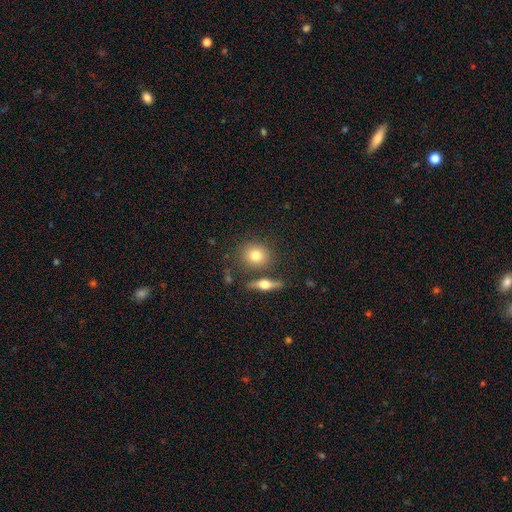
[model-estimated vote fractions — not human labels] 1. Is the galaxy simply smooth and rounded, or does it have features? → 75% smooth, 16% featured or disk, 9% star or artifact.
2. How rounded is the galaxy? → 72% round, 26% in between, 3% cigar-shaped.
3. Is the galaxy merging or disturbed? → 75% none, 12% merger, 10% minor disturbance, 3% major disturbance.